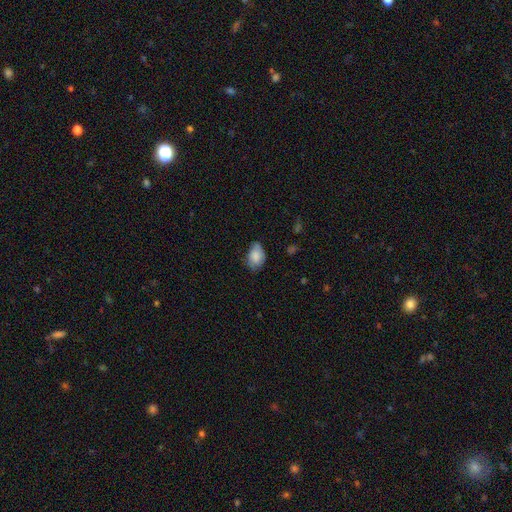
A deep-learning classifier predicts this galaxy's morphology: A smooth galaxy with no disk features (80%) that is in between round and cigar-shaped (83%). Merging: none (53%).